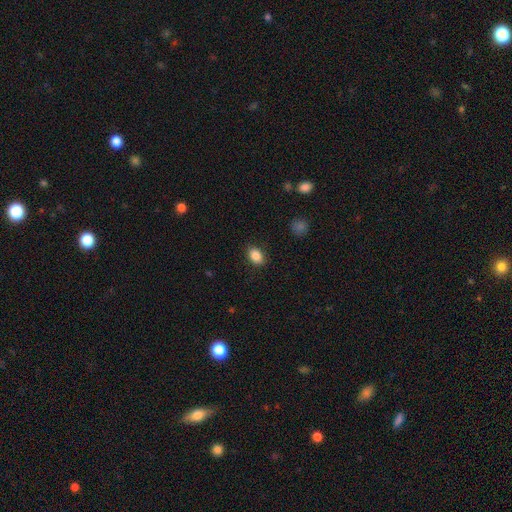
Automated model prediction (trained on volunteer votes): Smooth or featured?
  - smooth: 87% *
  - star or artifact: 9%
  - featured or disk: 5%
How rounded?
  - in between: 77% *
  - round: 22%
  - cigar-shaped: 1%
Merging?
  - none: 87% *
  - minor disturbance: 9%
  - major disturbance: 3%
  - merger: 1%